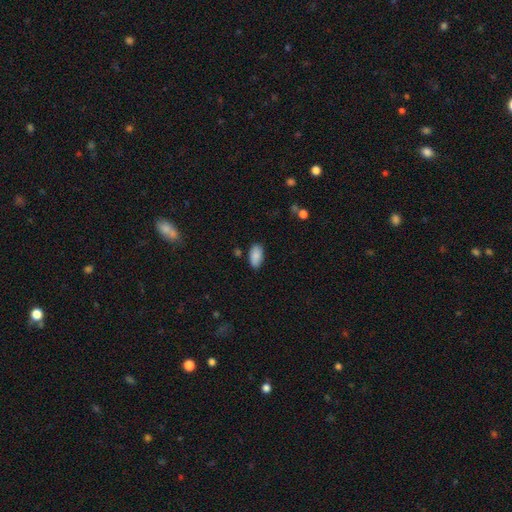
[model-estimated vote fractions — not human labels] smooth 88%, star or artifact 7%, featured or disk 5%. Down the decision tree: how rounded — in between (94%); merging — none (83%).